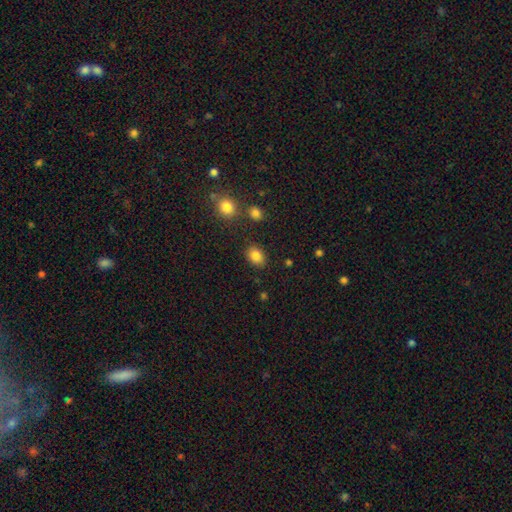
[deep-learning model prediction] A smooth galaxy with no disk features (85%) that is in between round and cigar-shaped (73%).

Vote fractions:
- Smooth or featured? smooth: 85% / star or artifact: 9% / featured or disk: 5%
- How rounded? in between: 73% / round: 26% / cigar-shaped: 1%
- Merging? none: 83% / minor disturbance: 11% / major disturbance: 3% / merger: 3%